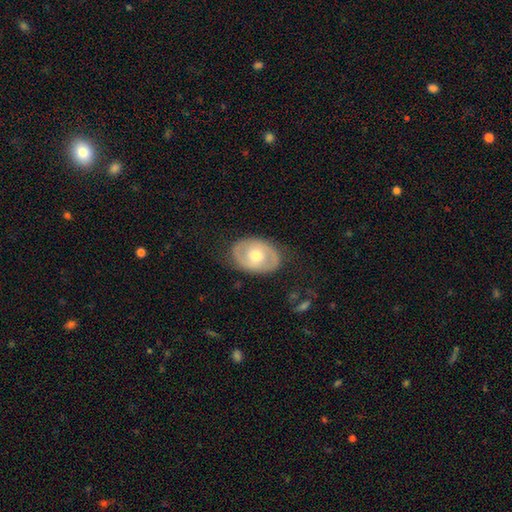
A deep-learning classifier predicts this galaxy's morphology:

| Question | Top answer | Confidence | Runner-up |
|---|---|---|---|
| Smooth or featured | featured or disk | 63% | smooth (32%) |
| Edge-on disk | no | 94% | yes (6%) |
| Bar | no | 59% | weak (31%) |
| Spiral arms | yes | 58% | no (42%) |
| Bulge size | moderate | 73% | small (19%) |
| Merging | none | 82% | minor disturbance (12%) |